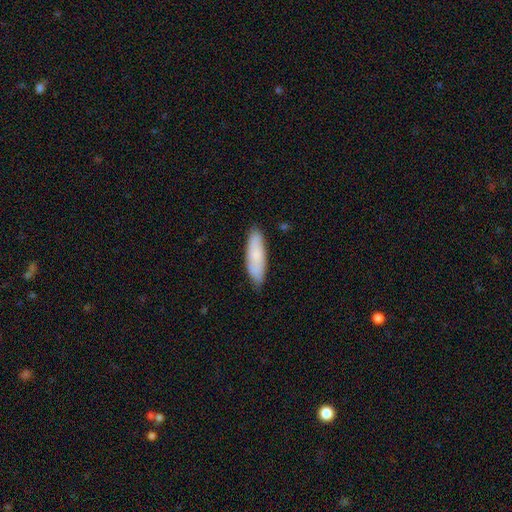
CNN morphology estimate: Smooth or featured? Predicted: smooth (p=0.76). How rounded? Predicted: cigar-shaped (p=0.56). Merging? Predicted: none (p=0.81).